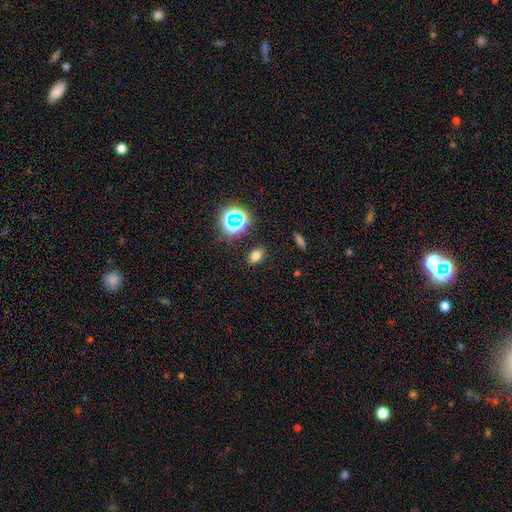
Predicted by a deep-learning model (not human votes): Overall: smooth (72%). How rounded: in between (77%). Merging: none (85%).